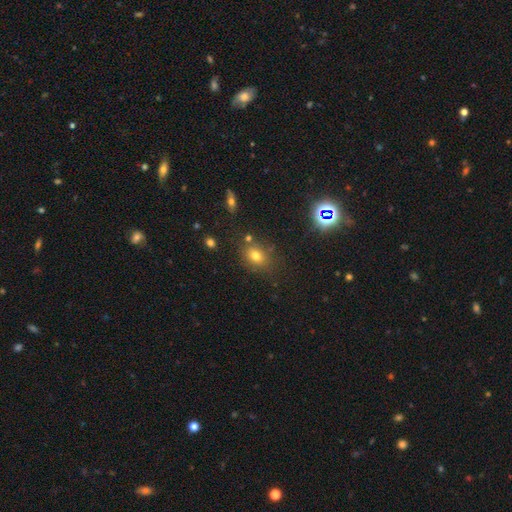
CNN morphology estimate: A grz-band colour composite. It shows a smooth galaxy with no disk features (70%) that is in between round and cigar-shaped (56%). Merging: none (73%).